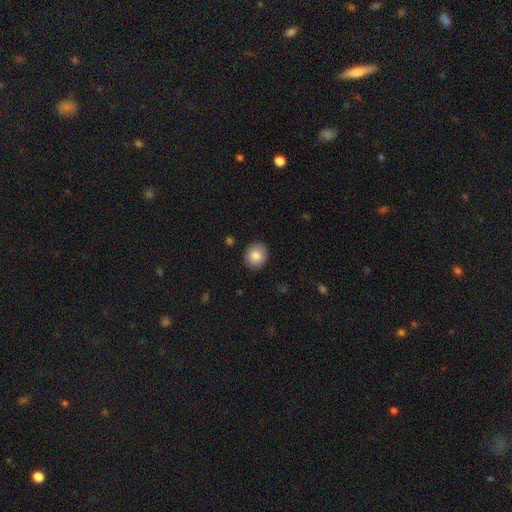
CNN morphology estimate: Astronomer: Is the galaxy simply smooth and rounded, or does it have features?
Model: smooth — 84%.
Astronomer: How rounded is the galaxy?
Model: round — 84%.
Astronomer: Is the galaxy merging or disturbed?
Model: none — 90%.